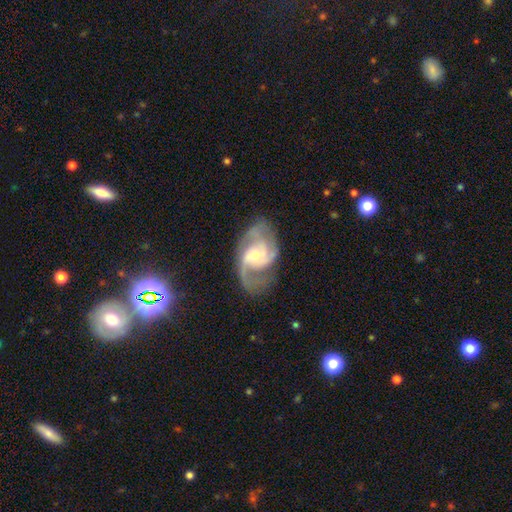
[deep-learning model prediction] Smooth or featured? featured or disk (88%)
Edge-on disk? no (98%)
Bar? no (53%)
Spiral arms? yes (97%)
Spiral winding? medium (53%)
Spiral arm count? 2 (49%)
Bulge size? moderate (46%)
Merging? none (63%)